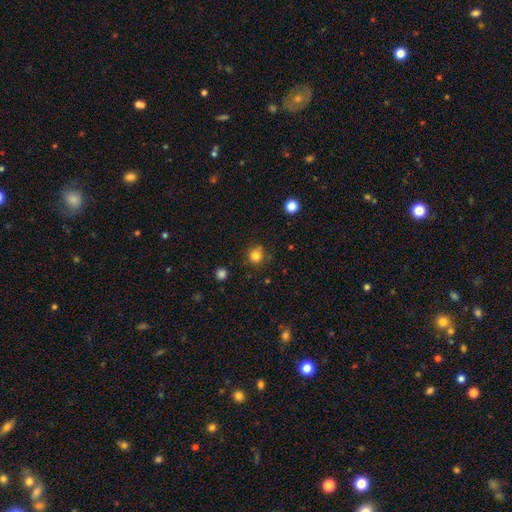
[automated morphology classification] This is clearly a smooth galaxy (81%). How rounded: clearly round (91%). Merging: likely none (80%).